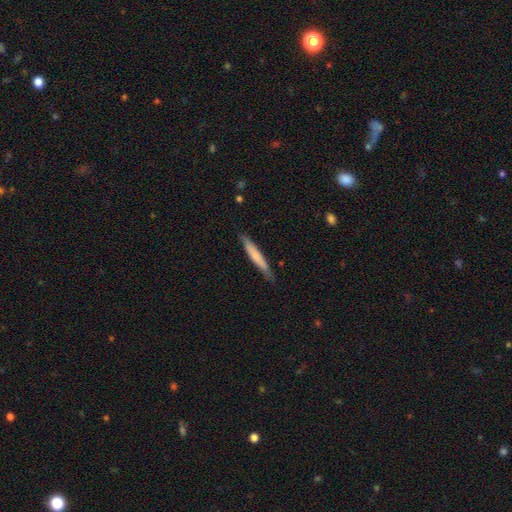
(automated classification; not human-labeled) Overall: smooth (69%). How rounded: cigar-shaped (95%). Merging: none (84%).